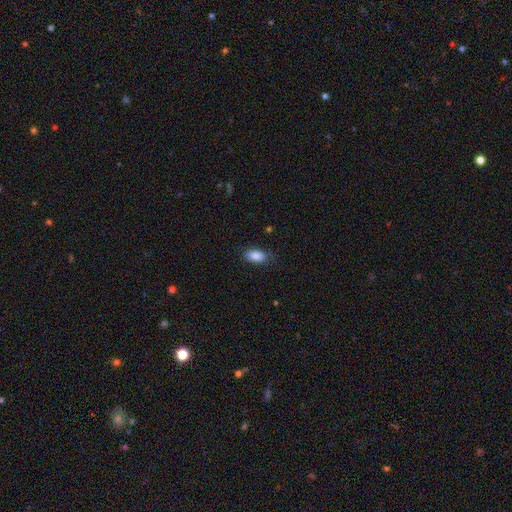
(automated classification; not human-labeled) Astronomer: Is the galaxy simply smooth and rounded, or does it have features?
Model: smooth — 87%.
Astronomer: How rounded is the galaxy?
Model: in between — 90%.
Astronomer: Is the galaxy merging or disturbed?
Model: none — 79%.